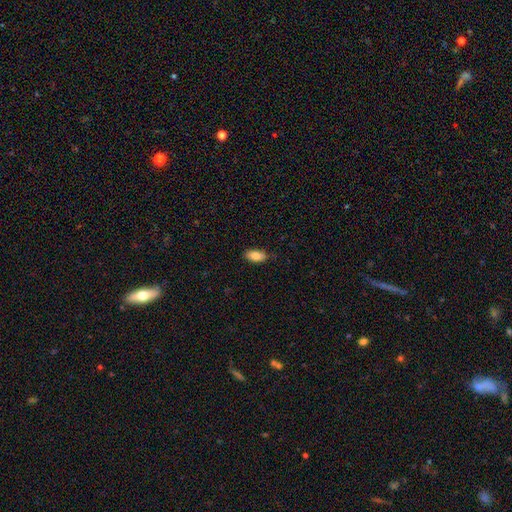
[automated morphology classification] smooth 82%, featured or disk 10%, star or artifact 7%. Down the decision tree: how rounded — in between (91%); merging — none (85%).